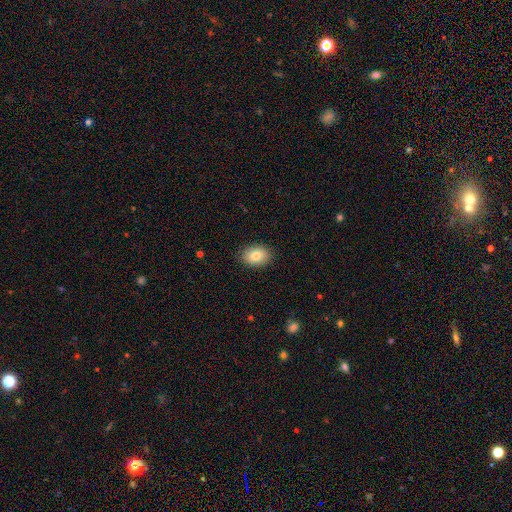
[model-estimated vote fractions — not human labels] Smooth or featured? smooth (83%)
How rounded? in between (77%)
Merging? none (88%)